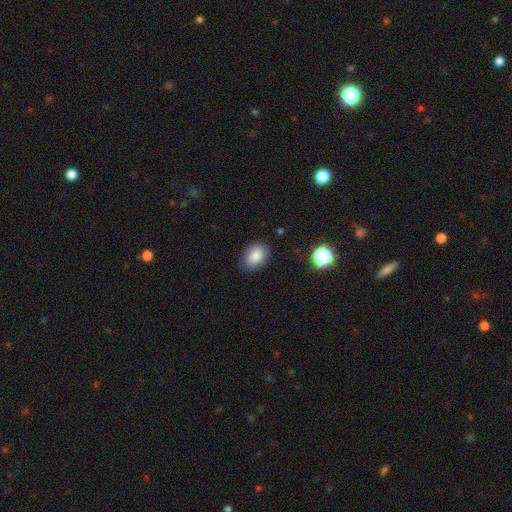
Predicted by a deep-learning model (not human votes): Q: Smooth or featured?
A: smooth (85%); runner-up: star or artifact (9%)
Q: How rounded?
A: in between (72%); runner-up: round (27%)
Q: Merging?
A: none (83%); runner-up: minor disturbance (13%)